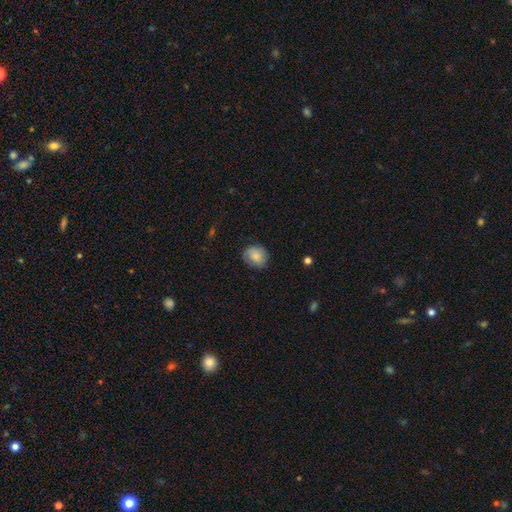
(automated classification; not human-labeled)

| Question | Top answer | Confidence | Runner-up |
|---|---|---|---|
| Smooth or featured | smooth | 79% | featured or disk (13%) |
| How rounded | round | 73% | in between (26%) |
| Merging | none | 75% | minor disturbance (20%) |